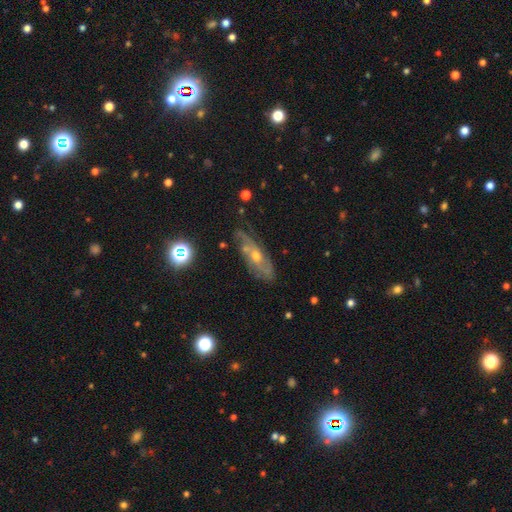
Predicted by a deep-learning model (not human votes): This appears to be a featured or disk galaxy (73%) with no bar (70%), spiral arms (83%) and a moderate central bulge (56%). Merging: none (66%).